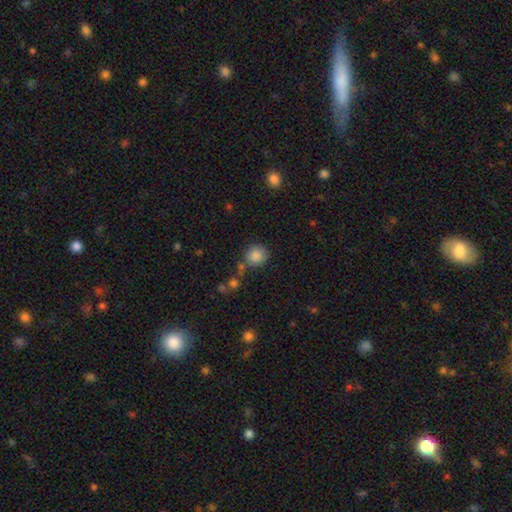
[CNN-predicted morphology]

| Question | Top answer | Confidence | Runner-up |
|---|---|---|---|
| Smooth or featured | smooth | 85% | star or artifact (10%) |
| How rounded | round | 88% | in between (11%) |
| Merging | none | 73% | minor disturbance (13%) |